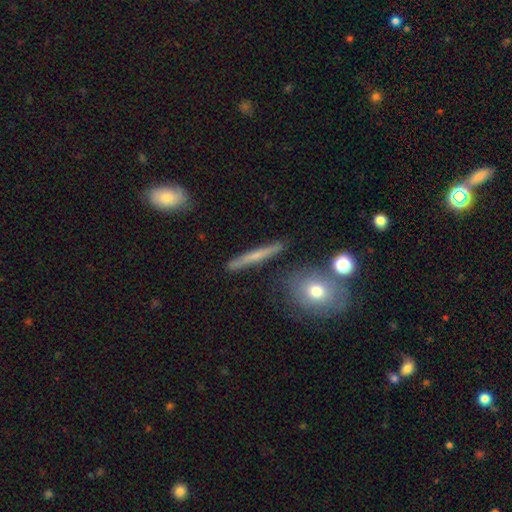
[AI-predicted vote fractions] This is possibly a featured or disk galaxy (47%). Merging: clearly none (87%).